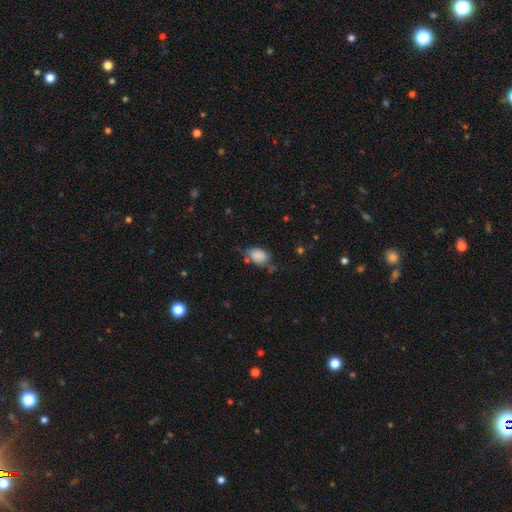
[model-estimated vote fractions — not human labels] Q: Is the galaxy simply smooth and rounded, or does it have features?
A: smooth — 82%.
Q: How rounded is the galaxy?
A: in between — 82%.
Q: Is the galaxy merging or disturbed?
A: none — 49%.